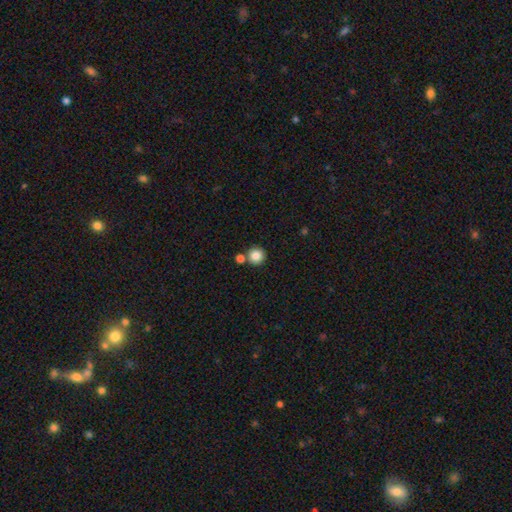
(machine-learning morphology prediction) Overall: smooth (85%). How rounded: round (95%). Merging: none (75%).